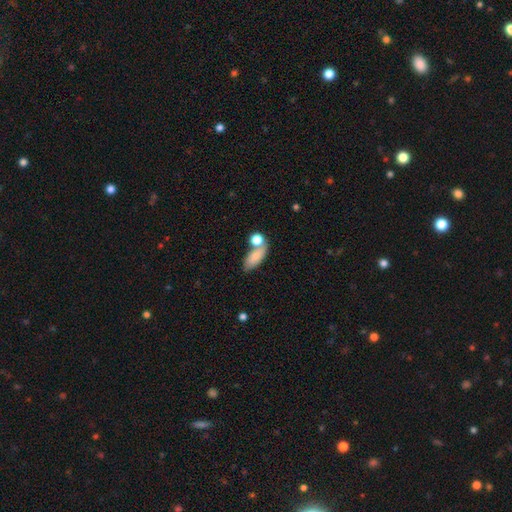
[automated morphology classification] smooth-or-featured: smooth: 80% | featured or disk: 11% | star or artifact: 8%
  how-rounded: in between: 79% | cigar-shaped: 14% | round: 7%
  merging: none: 51% | merger: 27% | minor disturbance: 15% | major disturbance: 6%